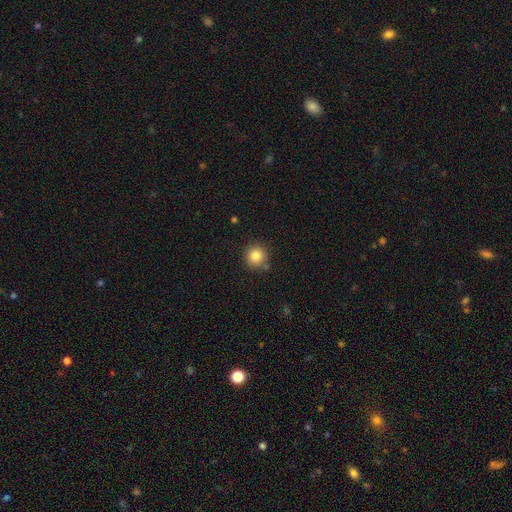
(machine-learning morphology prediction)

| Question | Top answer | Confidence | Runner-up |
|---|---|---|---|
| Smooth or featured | smooth | 84% | star or artifact (11%) |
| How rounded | round | 93% | in between (6%) |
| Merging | none | 83% | minor disturbance (10%) |